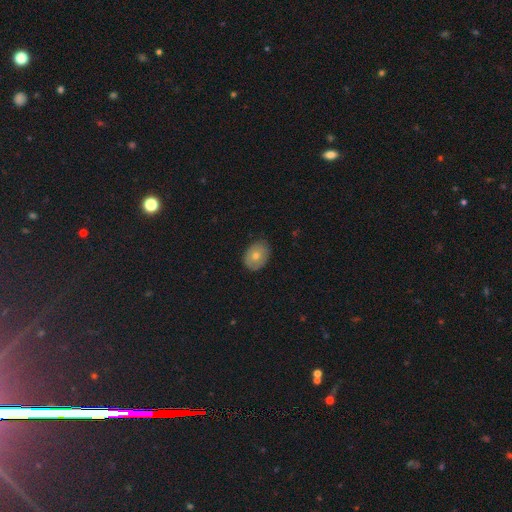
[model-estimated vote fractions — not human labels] This is likely a smooth galaxy (68%). How rounded: likely in between (70%). Merging: clearly none (84%).